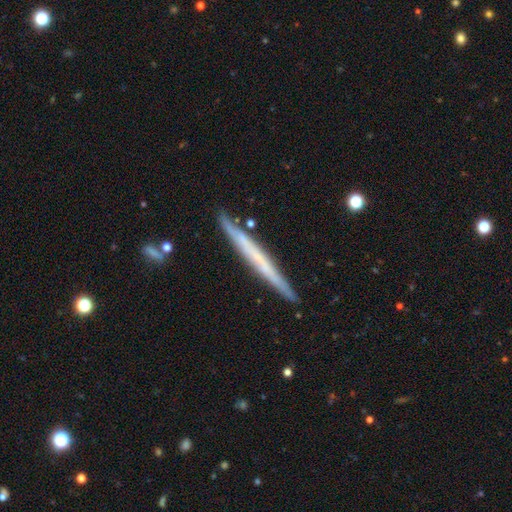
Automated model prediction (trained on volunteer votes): smooth_or_featured: featured or disk (p=0.55) [alt: smooth p=0.39]
disk_edge_on: yes (p=0.96) [alt: no p=0.04]
edge_on_bulge: none (p=0.87) [alt: rounded p=0.09]
merging: none (p=0.88) [alt: minor disturbance p=0.08]